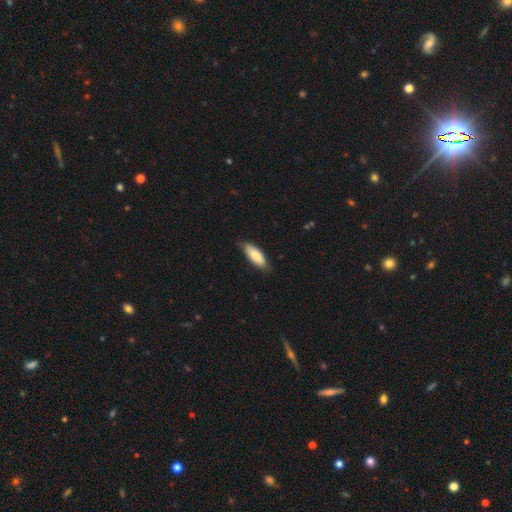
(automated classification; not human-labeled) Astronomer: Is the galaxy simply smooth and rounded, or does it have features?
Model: smooth — 80%.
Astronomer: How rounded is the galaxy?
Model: in between — 71%.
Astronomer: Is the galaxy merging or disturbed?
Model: none — 79%.